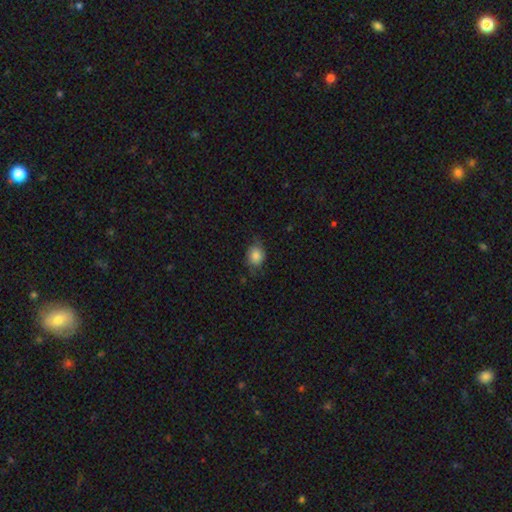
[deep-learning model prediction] A smooth galaxy with no disk features (74%) that is round (56%).

Vote fractions:
- Smooth or featured? smooth: 74% / featured or disk: 18% / star or artifact: 9%
- How rounded? round: 56% / in between: 43% / cigar-shaped: 1%
- Merging? none: 61% / minor disturbance: 27% / major disturbance: 10% / merger: 1%